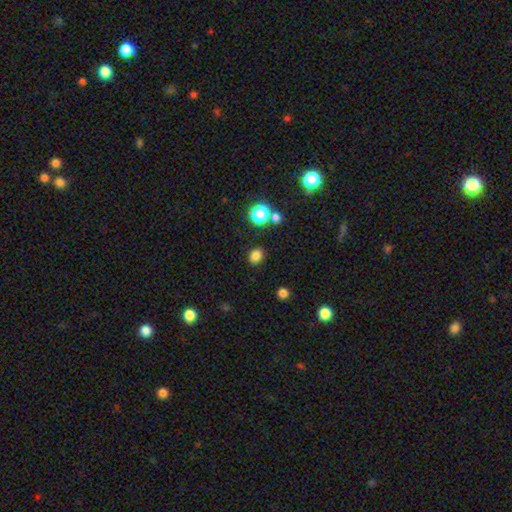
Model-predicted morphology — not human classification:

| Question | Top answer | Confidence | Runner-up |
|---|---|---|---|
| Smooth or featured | smooth | 81% | star or artifact (14%) |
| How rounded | round | 50% | in between (49%) |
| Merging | none | 86% | minor disturbance (9%) |